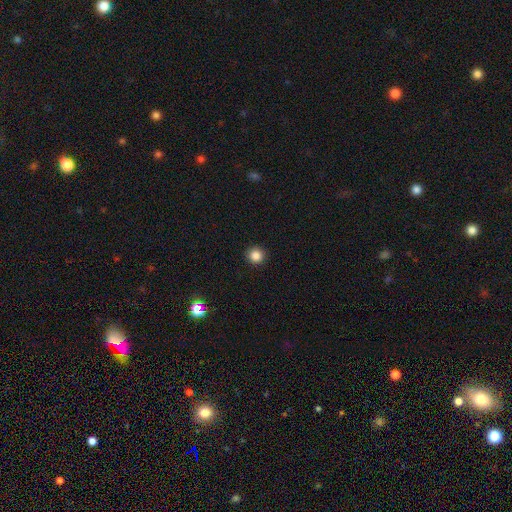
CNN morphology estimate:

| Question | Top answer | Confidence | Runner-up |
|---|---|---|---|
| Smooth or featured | smooth | 85% | star or artifact (12%) |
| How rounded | round | 95% | in between (4%) |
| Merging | none | 93% | minor disturbance (4%) |